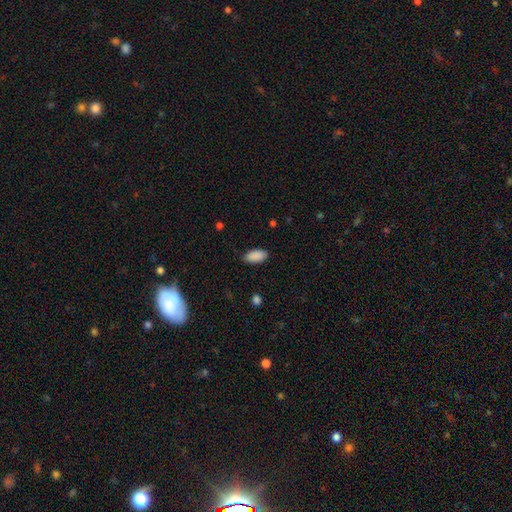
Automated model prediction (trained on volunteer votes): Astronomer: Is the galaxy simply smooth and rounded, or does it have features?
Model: smooth — 90%.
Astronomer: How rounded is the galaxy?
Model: in between — 93%.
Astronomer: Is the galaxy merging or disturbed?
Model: none — 85%.